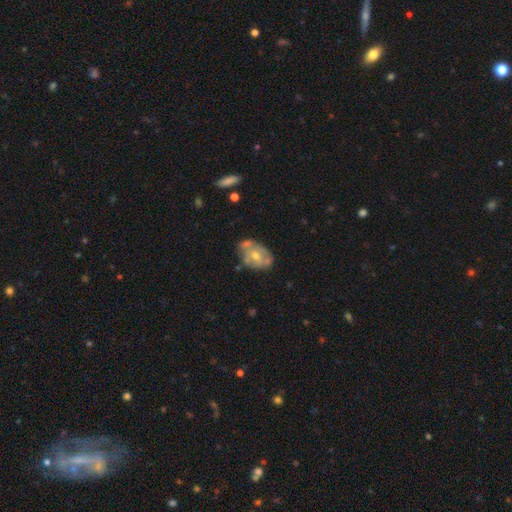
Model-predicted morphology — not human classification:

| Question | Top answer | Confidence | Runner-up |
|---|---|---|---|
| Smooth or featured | featured or disk | 59% | smooth (33%) |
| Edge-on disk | no | 94% | yes (6%) |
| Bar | no | 73% | weak (22%) |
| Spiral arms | no | 62% | yes (38%) |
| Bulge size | moderate | 53% | small (43%) |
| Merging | none | 50% | minor disturbance (26%) |